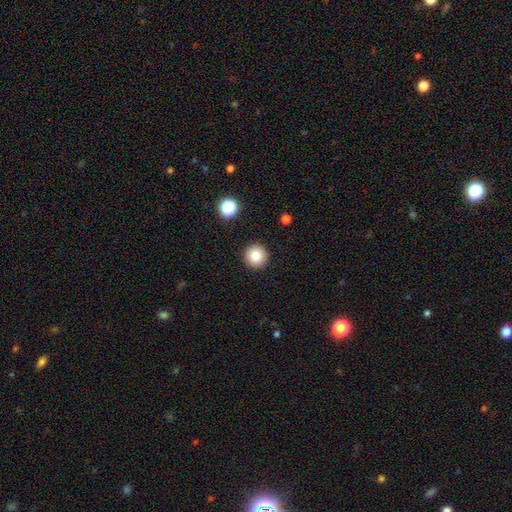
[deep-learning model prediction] This appears to be a smooth galaxy with no disk features (83%) that is round (96%). Merging: none (92%).